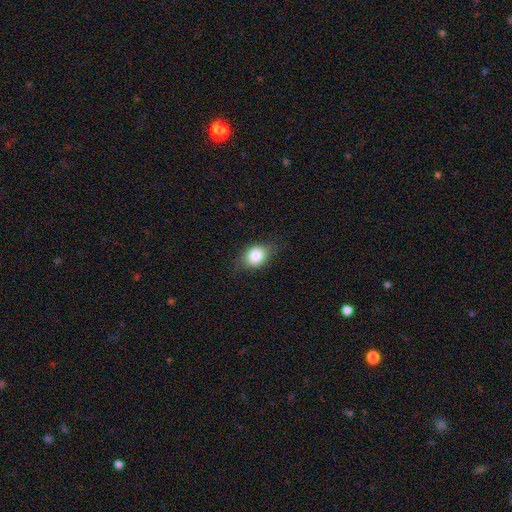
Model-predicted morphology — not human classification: smooth 81%, featured or disk 10%, star or artifact 9%. Down the decision tree: how rounded — in between (57%); merging — none (76%).